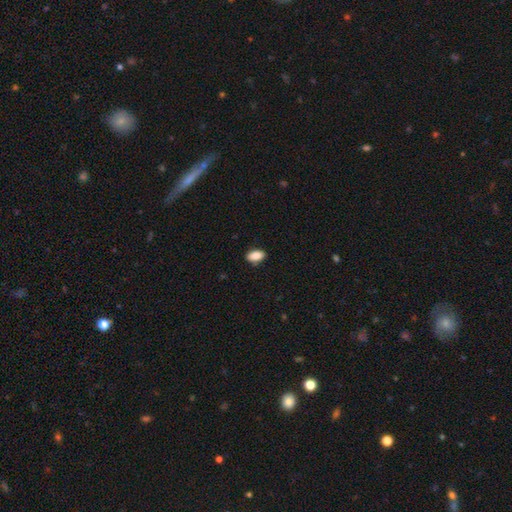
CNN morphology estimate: Overall: smooth (89%). How rounded: in between (92%). Merging: none (86%).